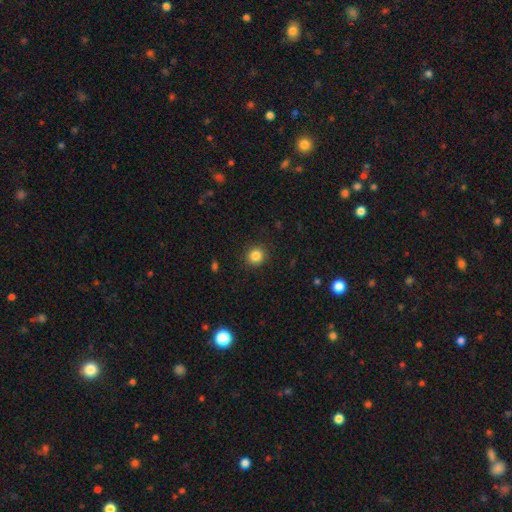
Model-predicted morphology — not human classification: Q: Smooth or featured?
A: smooth (85%); runner-up: star or artifact (11%)
Q: How rounded?
A: round (90%); runner-up: in between (9%)
Q: Merging?
A: none (91%); runner-up: minor disturbance (6%)